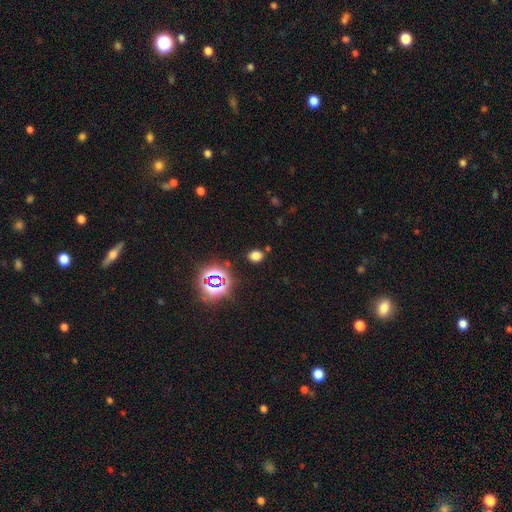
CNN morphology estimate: Smooth or featured: smooth — 67% (star or artifact — 27%)
How rounded: in between — 52% (round — 46%)
Merging: none — 83% (minor disturbance — 10%)